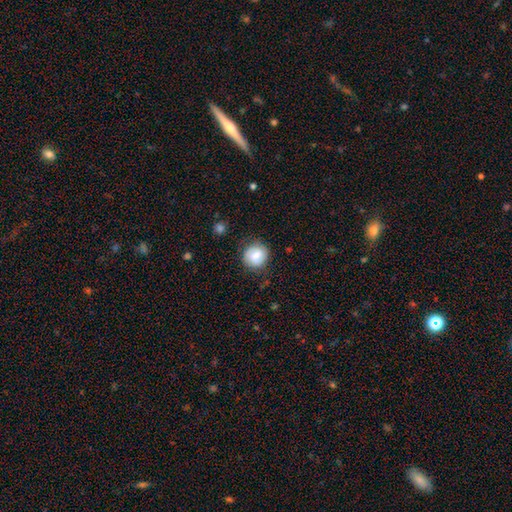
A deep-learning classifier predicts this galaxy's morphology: Smooth or featured? Predicted: smooth (p=0.79). How rounded? Predicted: round (p=0.87). Merging? Predicted: none (p=0.78).